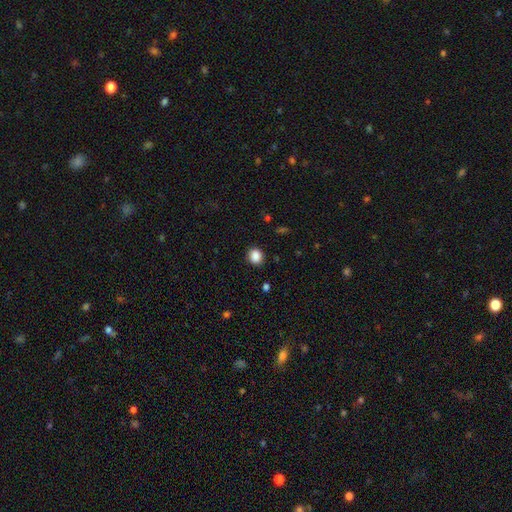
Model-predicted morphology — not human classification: type=smooth (87%); roundness=round (73%); merging=none (88%).